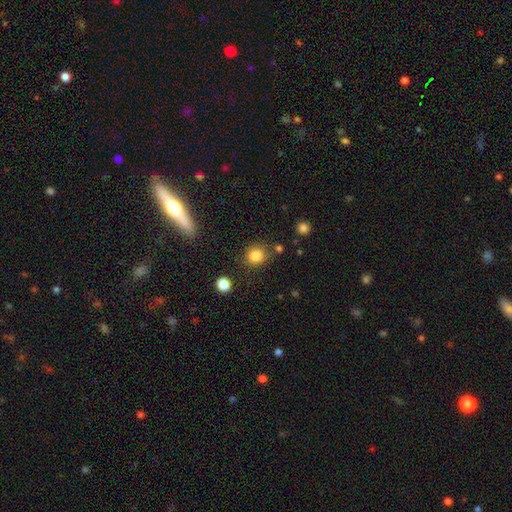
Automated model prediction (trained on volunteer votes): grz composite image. It shows a smooth galaxy with no disk features (84%) that is round (82%). Merging: none (80%).